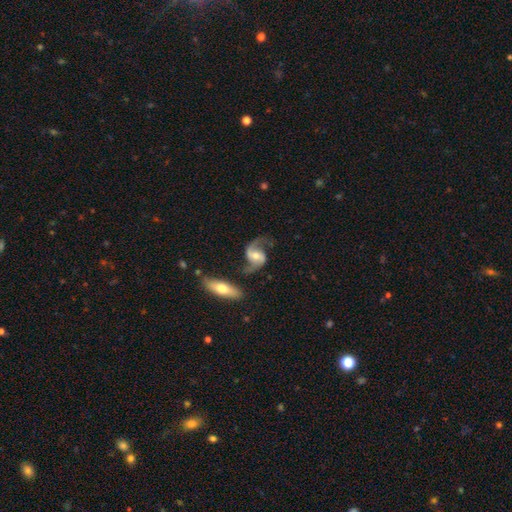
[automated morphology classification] smooth_or_featured: featured or disk (p=0.88) [alt: smooth p=0.08]
disk_edge_on: no (p=0.96) [alt: yes p=0.04]
bar: no (p=0.45) [alt: weak p=0.38]
has_spiral_arms: yes (p=0.96) [alt: no p=0.04]
spiral_winding: loose (p=0.52) [alt: medium p=0.39]
spiral_arm_count: 2 (p=0.92) [alt: 1 p=0.03]
bulge_size: moderate (p=0.61) [alt: small p=0.28]
merging: none (p=0.66) [alt: minor disturbance p=0.17]